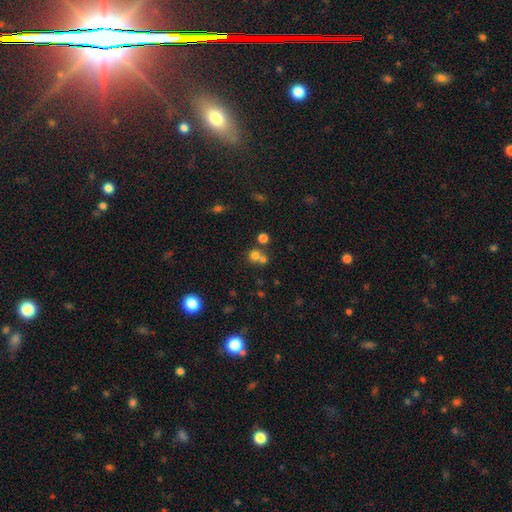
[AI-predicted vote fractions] Smooth or featured? Predicted: smooth (p=0.69). How rounded? Predicted: round (p=0.88). Merging? Predicted: none (p=0.50).